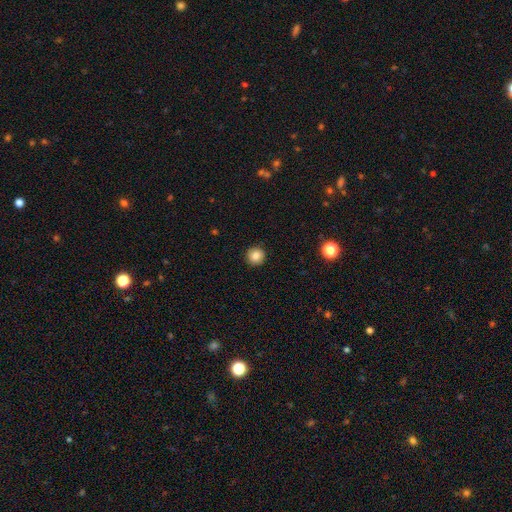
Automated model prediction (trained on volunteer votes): Overall: smooth (85%). How rounded: round (95%). Merging: none (92%).